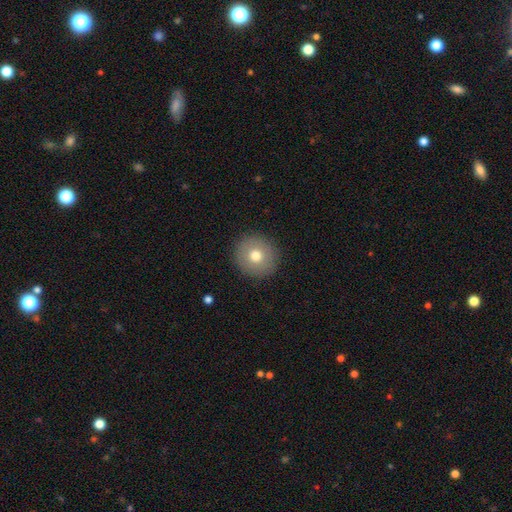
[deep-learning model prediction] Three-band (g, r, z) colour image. It shows a smooth galaxy with no disk features (73%) that is round (93%). Merging: none (91%).